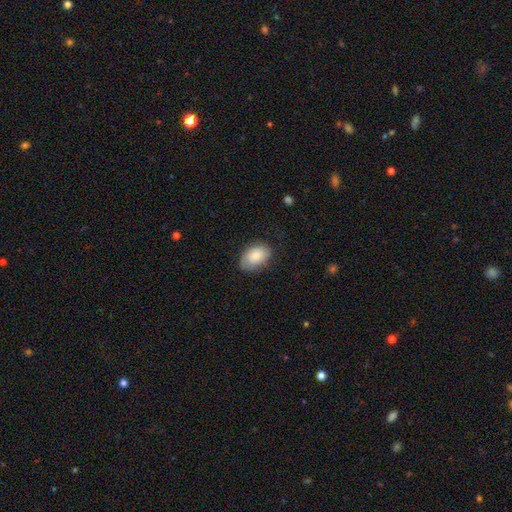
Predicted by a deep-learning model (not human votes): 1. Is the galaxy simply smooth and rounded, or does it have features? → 74% smooth, 20% featured or disk, 7% star or artifact.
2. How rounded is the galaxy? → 85% in between, 14% round, 1% cigar-shaped.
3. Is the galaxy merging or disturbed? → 73% none, 20% minor disturbance, 5% major disturbance, 1% merger.